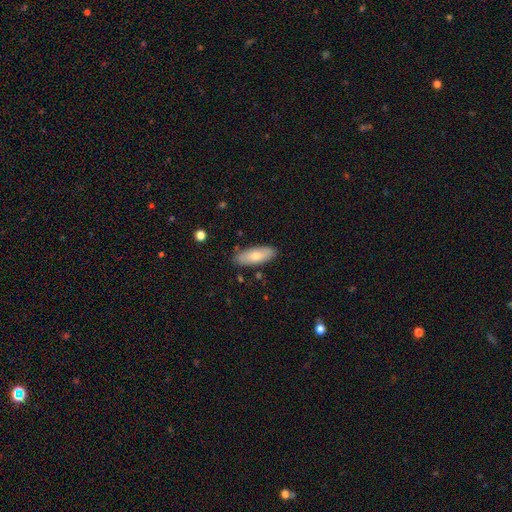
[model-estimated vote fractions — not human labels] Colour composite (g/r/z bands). It shows a smooth galaxy with no disk features (75%) that is in between round and cigar-shaped (76%). Merging: none (84%).